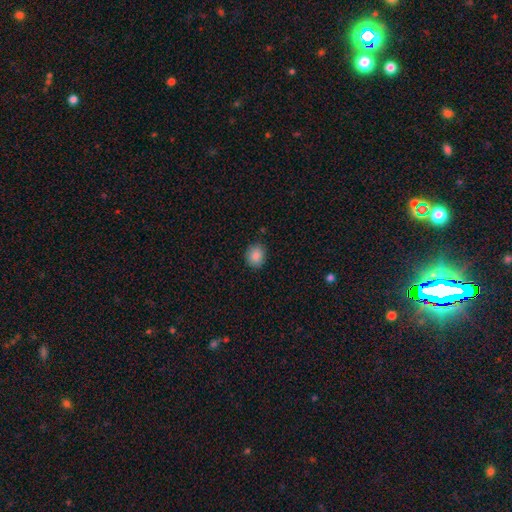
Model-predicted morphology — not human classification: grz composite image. It shows a smooth galaxy with no disk features (87%) that is round (63%). Merging: none (86%).